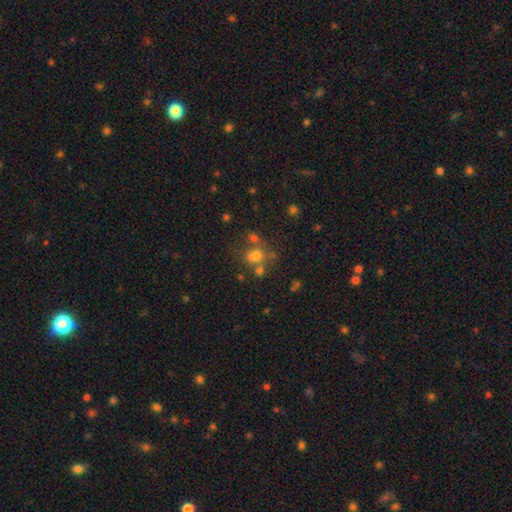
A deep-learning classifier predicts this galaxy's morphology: Smooth or featured: smooth — 62% (star or artifact — 24%)
How rounded: round — 63% (in between — 36%)
Merging: none — 48% (merger — 31%)